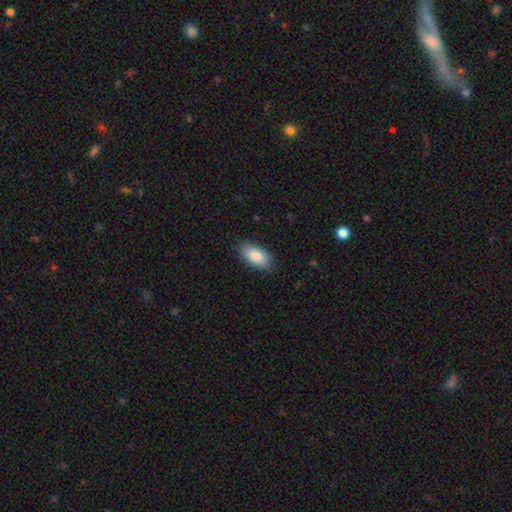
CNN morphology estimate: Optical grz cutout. It shows a smooth galaxy with no disk features (86%) that is in between round and cigar-shaped (93%). Merging: none (84%).